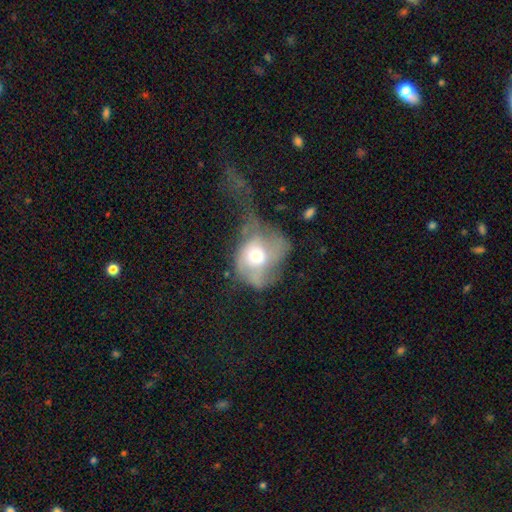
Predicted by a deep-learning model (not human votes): smooth 46%, featured or disk 45%, star or artifact 9%. Down the decision tree: merging — major disturbance (60%).